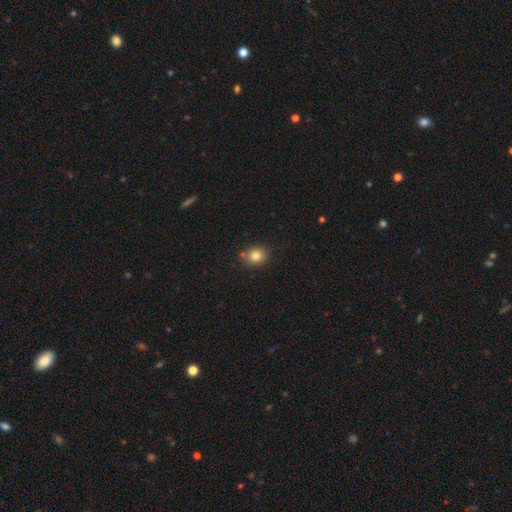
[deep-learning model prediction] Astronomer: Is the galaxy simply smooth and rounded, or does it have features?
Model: smooth — 81%.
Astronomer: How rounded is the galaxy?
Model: round — 69%.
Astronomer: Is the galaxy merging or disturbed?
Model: none — 77%.